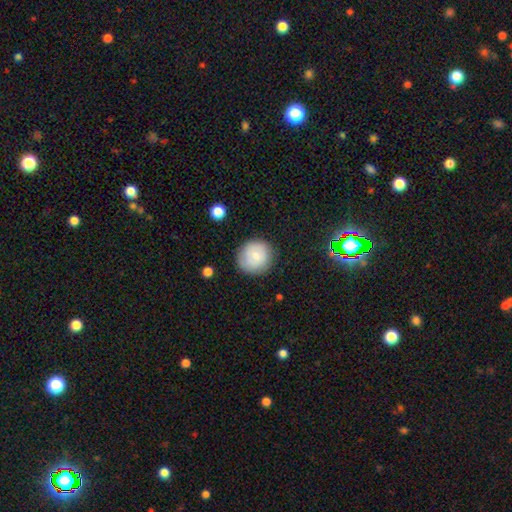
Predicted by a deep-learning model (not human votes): This appears to be a smooth galaxy with no disk features (75%) that is round (91%). Merging: none (83%).